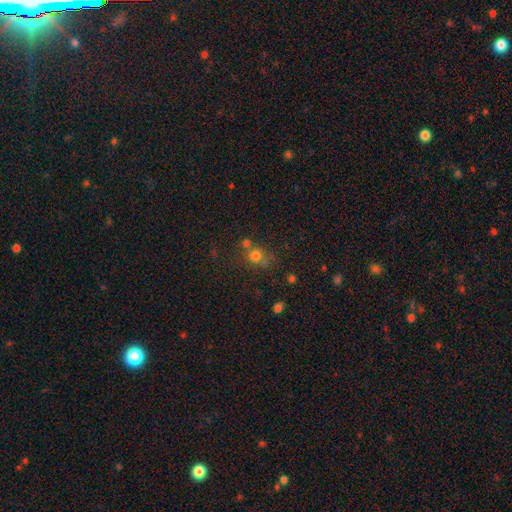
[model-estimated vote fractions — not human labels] A smooth galaxy with no disk features (72%) that is round (84%). Merging: none (52%).